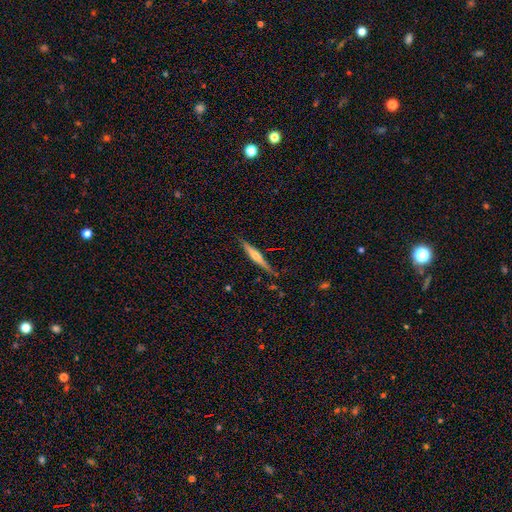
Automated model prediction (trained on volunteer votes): smooth-or-featured: featured or disk: 56% | smooth: 38% | star or artifact: 6%
  disk-edge-on: yes: 96% | no: 4%
    edge-on-bulge: rounded: 66% | none: 21% | boxy: 13%
  merging: none: 80% | minor disturbance: 15% | major disturbance: 3% | merger: 2%